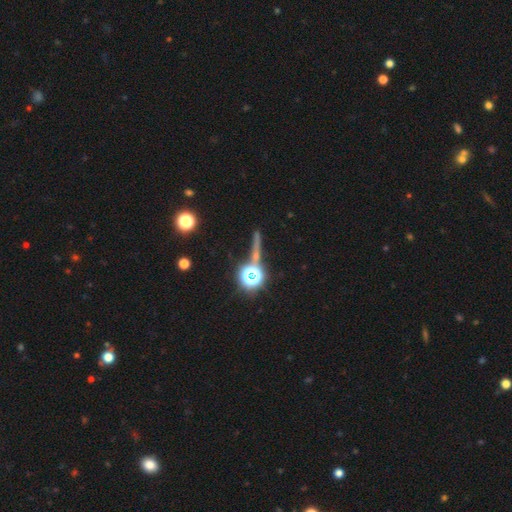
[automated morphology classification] This is possibly a star or artifact rather than a galaxy (50%).